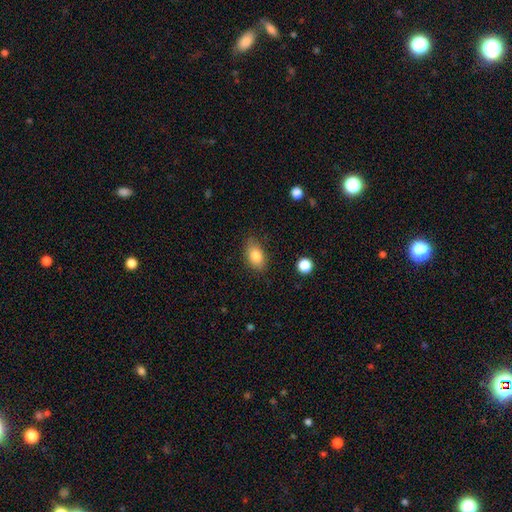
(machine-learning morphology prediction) Smooth or featured: smooth — 83% (featured or disk — 9%)
How rounded: in between — 88% (round — 10%)
Merging: none — 81% (minor disturbance — 14%)